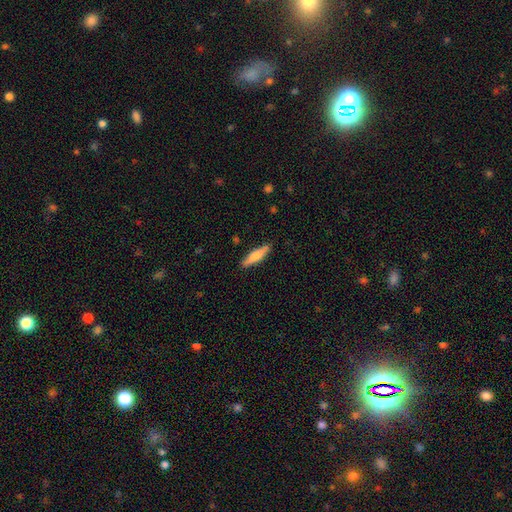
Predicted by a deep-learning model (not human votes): Q: Smooth or featured?
A: smooth (67%); runner-up: featured or disk (28%)
Q: How rounded?
A: cigar-shaped (78%); runner-up: in between (20%)
Q: Merging?
A: none (87%); runner-up: minor disturbance (10%)